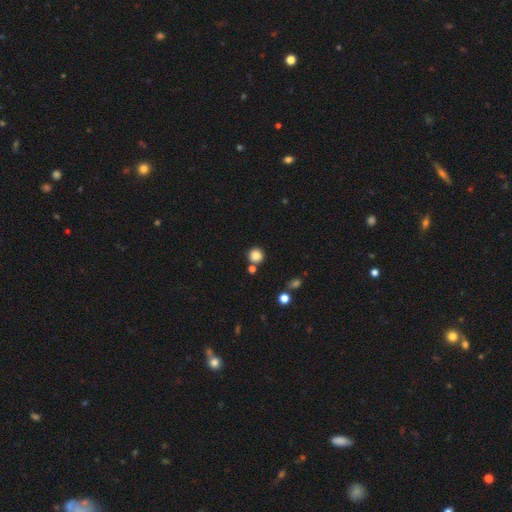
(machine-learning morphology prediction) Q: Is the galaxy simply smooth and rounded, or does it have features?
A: smooth — 85%.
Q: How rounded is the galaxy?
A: round — 94%.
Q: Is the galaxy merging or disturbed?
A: none — 79%.